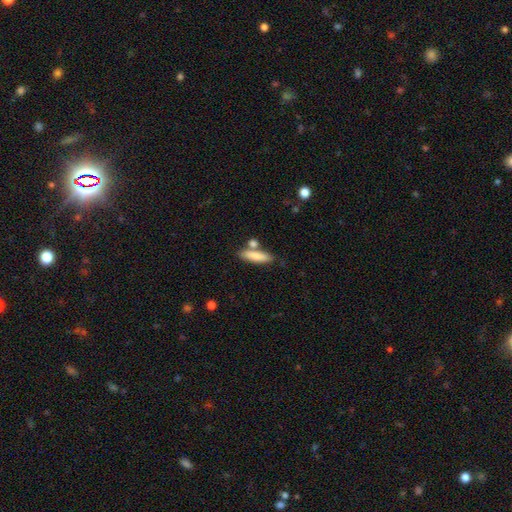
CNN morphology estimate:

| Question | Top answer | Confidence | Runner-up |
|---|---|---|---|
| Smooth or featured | smooth | 81% | featured or disk (13%) |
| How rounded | cigar-shaped | 64% | in between (33%) |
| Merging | none | 66% | merger (18%) |